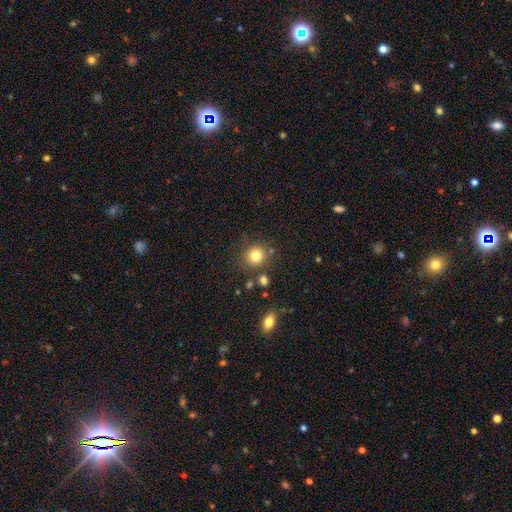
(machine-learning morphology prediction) The model was most divided on "smooth or featured": smooth: 80%, star or artifact: 12%, featured or disk: 8%. More confident: how rounded — round (87%); merging — none (80%).